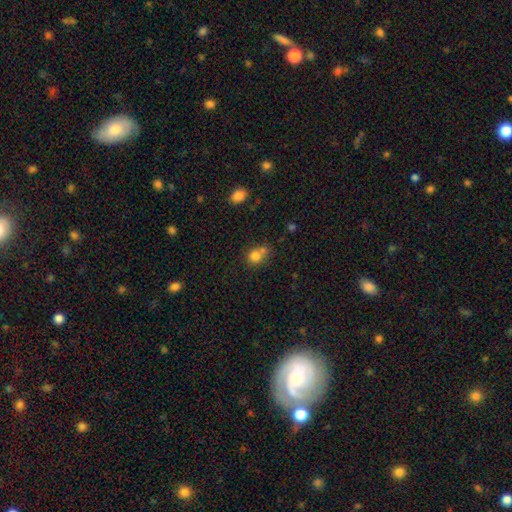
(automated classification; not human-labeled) Smooth or featured: smooth — 79% (star or artifact — 12%)
How rounded: round — 76% (in between — 23%)
Merging: none — 45% (merger — 36%)